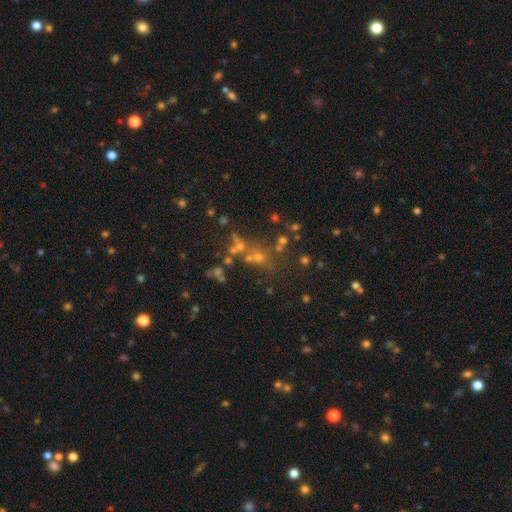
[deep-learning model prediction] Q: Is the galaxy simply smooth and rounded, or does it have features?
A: star or artifact — 46%.